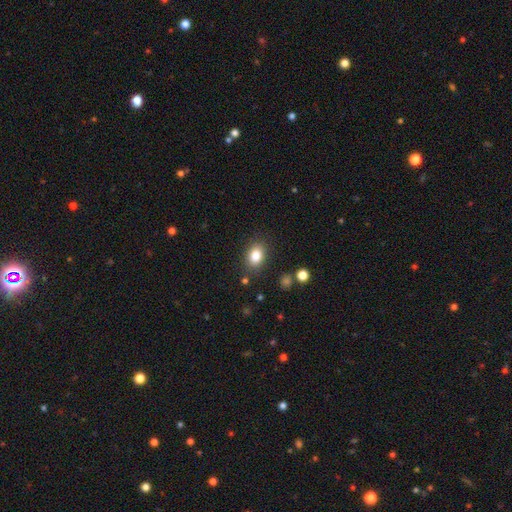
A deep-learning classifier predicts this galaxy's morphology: smooth_or_featured: smooth (p=0.84) [alt: star or artifact p=0.09]
how_rounded: in between (p=0.75) [alt: round p=0.24]
merging: none (p=0.83) [alt: minor disturbance p=0.11]